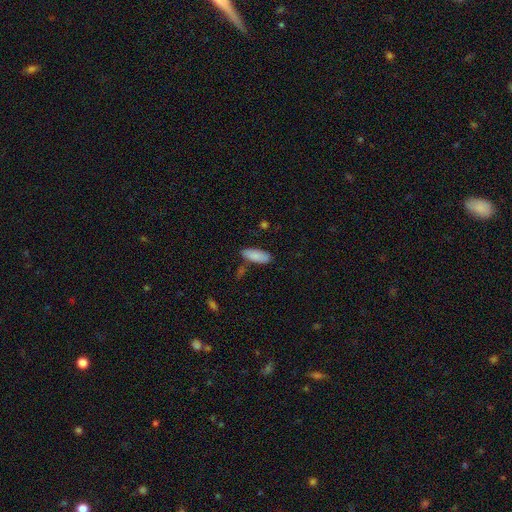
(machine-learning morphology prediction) smooth-or-featured: smooth: 87% | featured or disk: 7% | star or artifact: 6%
  how-rounded: in between: 78% | cigar-shaped: 20% | round: 2%
  merging: none: 78% | minor disturbance: 14% | merger: 5% | major disturbance: 3%